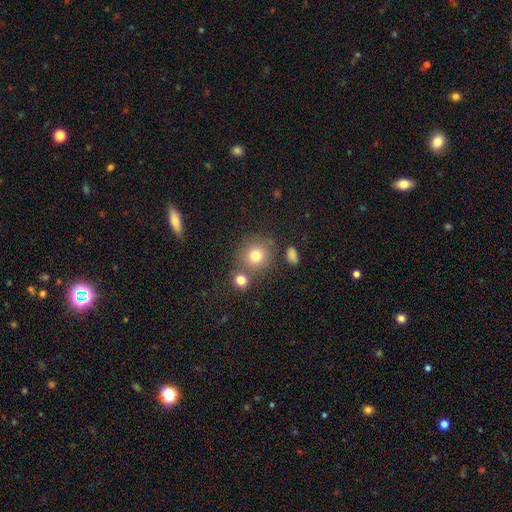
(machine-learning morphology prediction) Smooth or featured: smooth — 77% (star or artifact — 13%)
How rounded: round — 88% (in between — 11%)
Merging: none — 69% (merger — 16%)